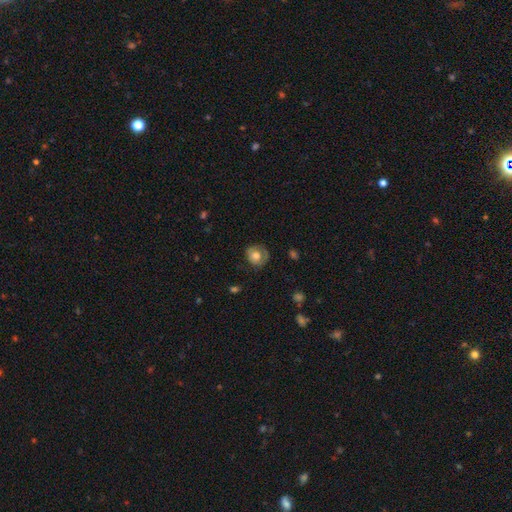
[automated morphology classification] Q: Smooth or featured?
A: smooth (61%); runner-up: featured or disk (32%)
Q: How rounded?
A: round (80%); runner-up: in between (20%)
Q: Merging?
A: none (70%); runner-up: minor disturbance (21%)